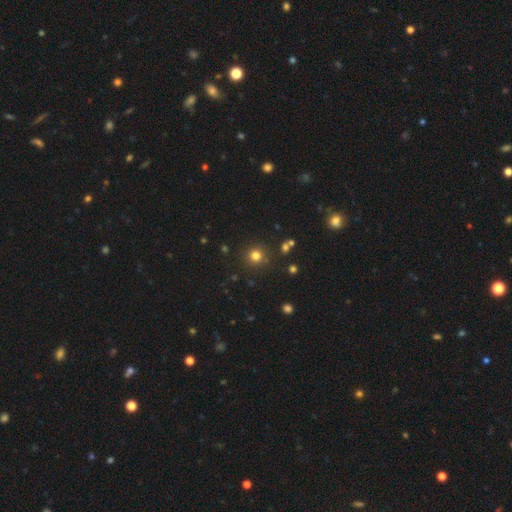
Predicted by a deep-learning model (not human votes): Smooth or featured? Predicted: smooth (p=0.78). How rounded? Predicted: round (p=0.93). Merging? Predicted: none (p=0.87).